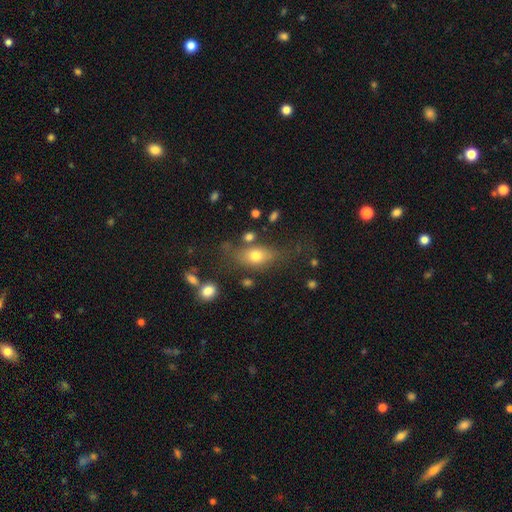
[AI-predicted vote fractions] Q: Smooth or featured?
A: smooth (71%); runner-up: featured or disk (18%)
Q: How rounded?
A: in between (77%); runner-up: round (16%)
Q: Merging?
A: none (63%); runner-up: minor disturbance (19%)